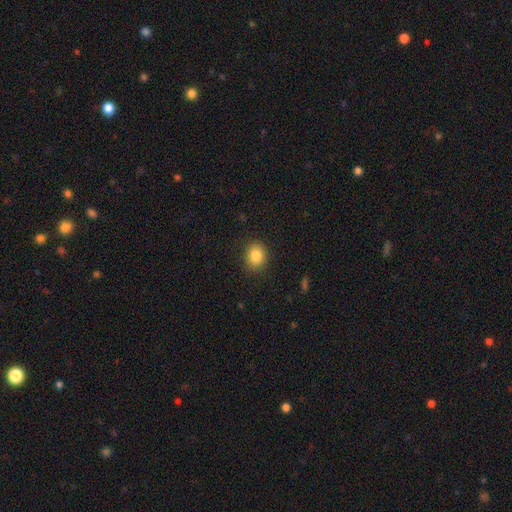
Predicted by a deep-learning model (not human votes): A smooth galaxy with no disk features (84%) that is round (60%).

Vote fractions:
- Smooth or featured? smooth: 84% / star or artifact: 10% / featured or disk: 6%
- How rounded? round: 60% / in between: 39% / cigar-shaped: 1%
- Merging? none: 87% / minor disturbance: 9% / major disturbance: 3% / merger: 1%